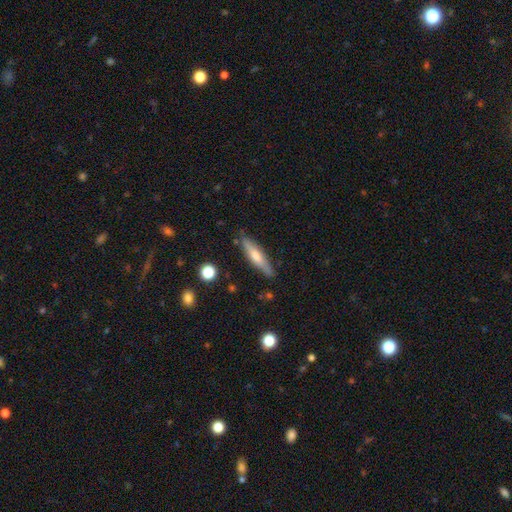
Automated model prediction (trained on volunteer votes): A smooth galaxy with no disk features (50%) that is cigar-shaped (82%).

Vote fractions:
- Smooth or featured? smooth: 50% / featured or disk: 43% / star or artifact: 7%
- How rounded? cigar-shaped: 82% / in between: 17% / round: 2%
- Merging? none: 85% / minor disturbance: 11% / major disturbance: 2% / merger: 2%